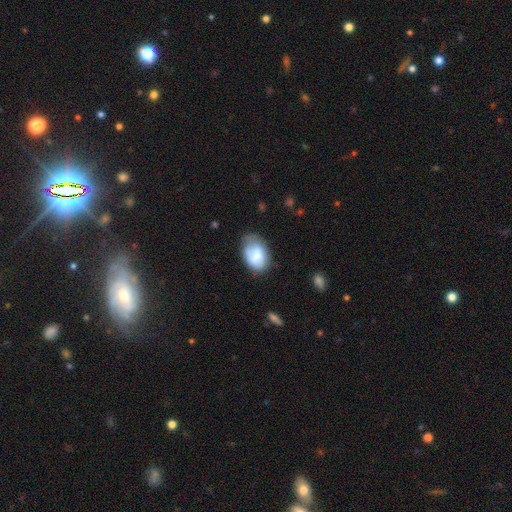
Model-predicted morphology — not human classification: This appears to be a smooth galaxy with no disk features (71%) that is in between round and cigar-shaped (86%). Merging: none (50%).